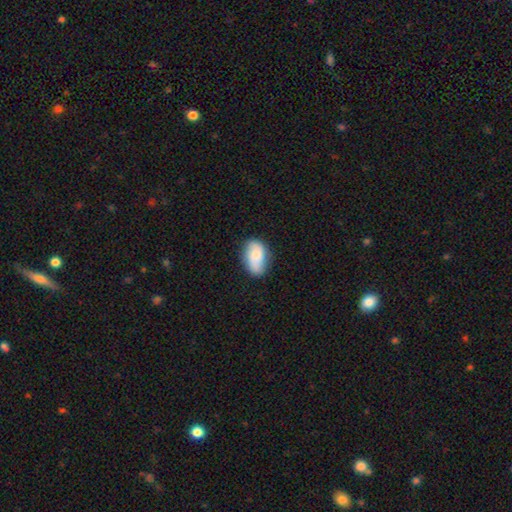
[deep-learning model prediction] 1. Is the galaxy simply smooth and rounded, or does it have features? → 69% smooth, 24% featured or disk, 7% star or artifact.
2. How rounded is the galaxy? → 90% in between, 8% round, 2% cigar-shaped.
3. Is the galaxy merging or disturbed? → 72% none, 22% minor disturbance, 5% major disturbance, 1% merger.